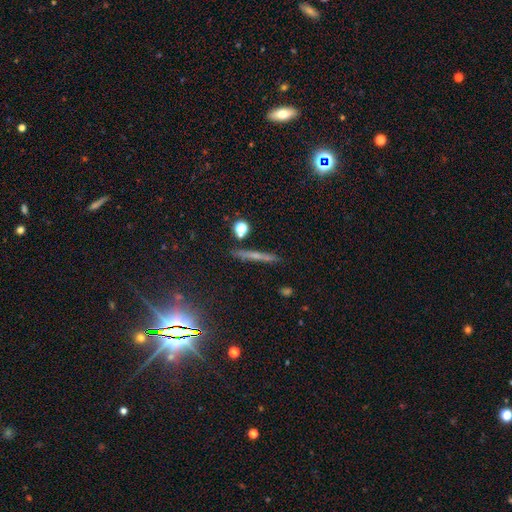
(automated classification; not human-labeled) Q: Smooth or featured?
A: smooth (41%); runner-up: featured or disk (39%)
Q: Merging?
A: none (85%); runner-up: minor disturbance (9%)